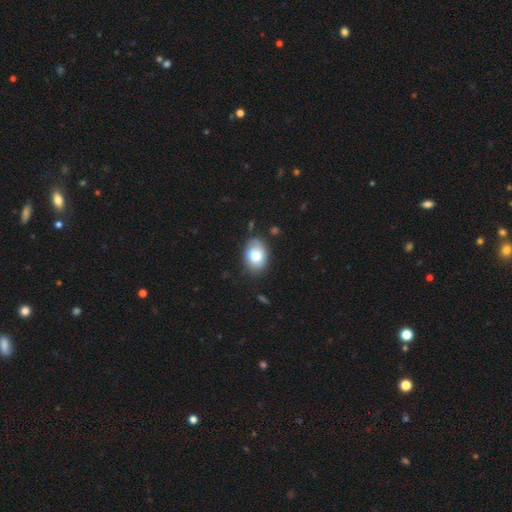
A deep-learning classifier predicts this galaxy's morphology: Smooth or featured: smooth — 78% (featured or disk — 15%)
How rounded: in between — 77% (round — 22%)
Merging: none — 72% (minor disturbance — 21%)